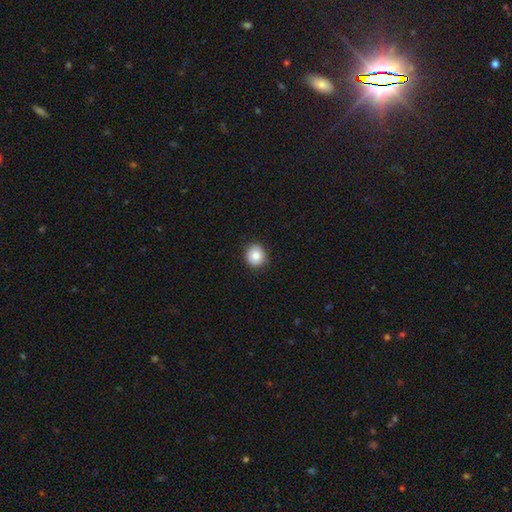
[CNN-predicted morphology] A smooth galaxy with no disk features (82%) that is round (87%).

Vote fractions:
- Smooth or featured? smooth: 82% / star or artifact: 9% / featured or disk: 9%
- How rounded? round: 87% / in between: 12% / cigar-shaped: 1%
- Merging? none: 90% / minor disturbance: 8% / major disturbance: 2% / merger: 1%